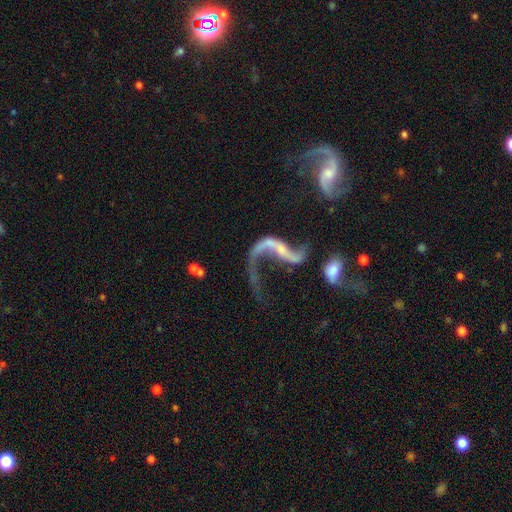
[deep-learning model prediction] This appears to be a featured or disk galaxy (76%) with no bar (42%), 2 (68%) loose (84%) spiral arms (83%) and a small central bulge (46%). Merging: merger (37%).